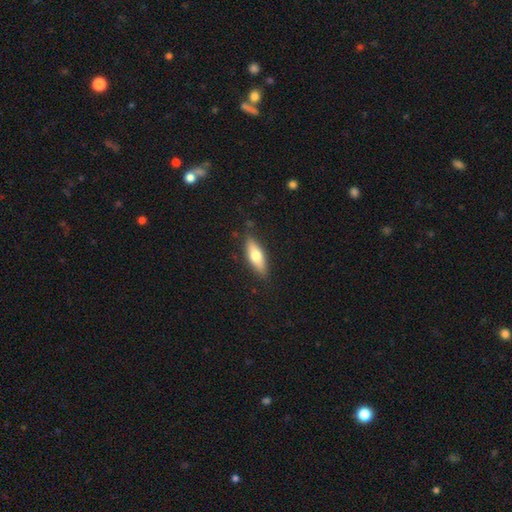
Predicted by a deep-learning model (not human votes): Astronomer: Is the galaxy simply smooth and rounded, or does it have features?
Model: smooth — 62%.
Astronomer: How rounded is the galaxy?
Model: in between — 58% (runner-up: cigar-shaped, 39%).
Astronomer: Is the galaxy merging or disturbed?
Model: none — 84%.